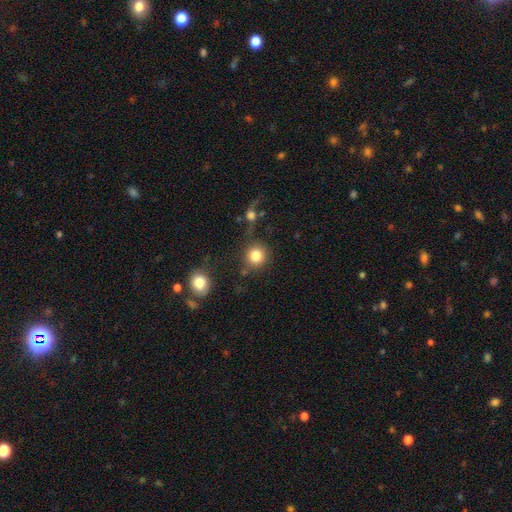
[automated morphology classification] smooth-or-featured: smooth: 83% | star or artifact: 10% | featured or disk: 6%
  how-rounded: round: 90% | in between: 9% | cigar-shaped: 1%
  merging: none: 76% | minor disturbance: 11% | merger: 8% | major disturbance: 5%